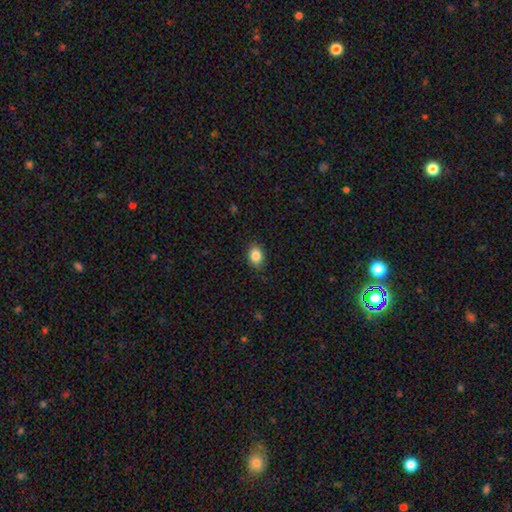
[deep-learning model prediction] Smooth or featured? smooth (87%)
How rounded? in between (71%)
Merging? none (87%)